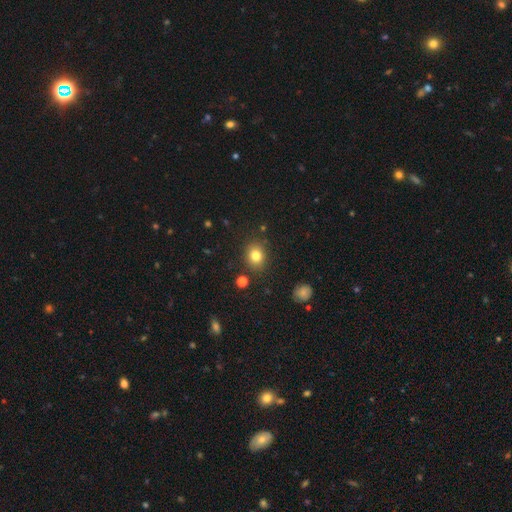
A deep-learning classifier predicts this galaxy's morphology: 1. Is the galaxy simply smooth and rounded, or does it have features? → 81% smooth, 12% star or artifact, 7% featured or disk.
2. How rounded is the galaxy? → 62% round, 38% in between, 1% cigar-shaped.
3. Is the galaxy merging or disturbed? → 84% none, 10% minor disturbance, 3% major disturbance, 3% merger.